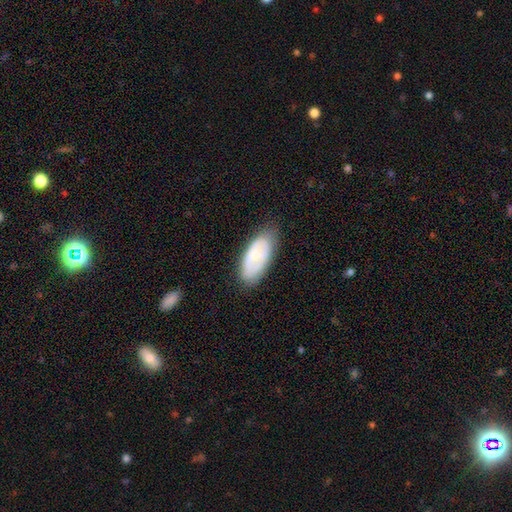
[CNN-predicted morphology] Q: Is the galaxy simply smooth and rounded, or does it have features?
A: featured or disk — 50%.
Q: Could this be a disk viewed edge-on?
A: no — 88%.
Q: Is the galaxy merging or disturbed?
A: none — 78%.